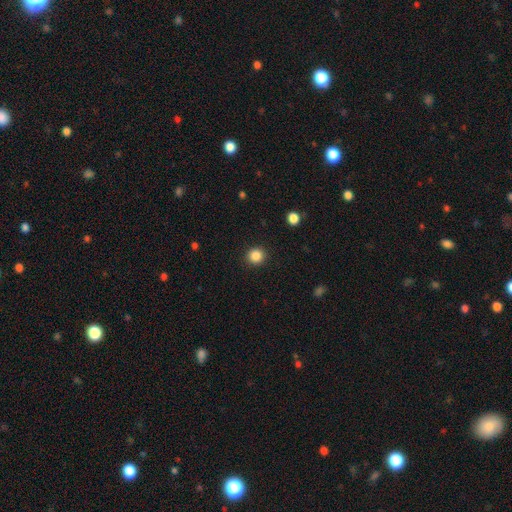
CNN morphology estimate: smooth_or_featured: smooth (p=0.86) [alt: star or artifact p=0.11]
how_rounded: round (p=0.93) [alt: in between p=0.06]
merging: none (p=0.92) [alt: minor disturbance p=0.05]